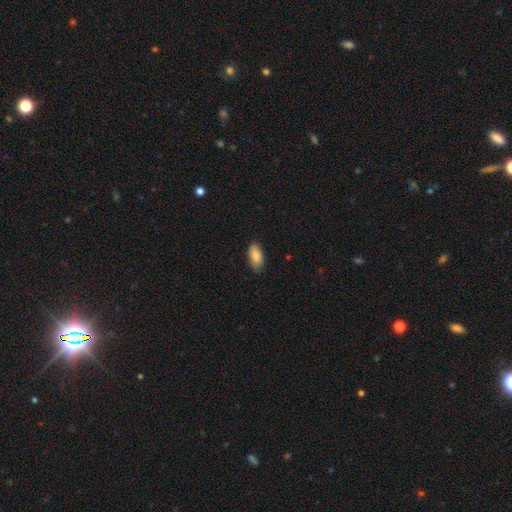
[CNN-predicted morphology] This appears to be a smooth galaxy with no disk features (88%) that is in between round and cigar-shaped (90%). Merging: none (79%).